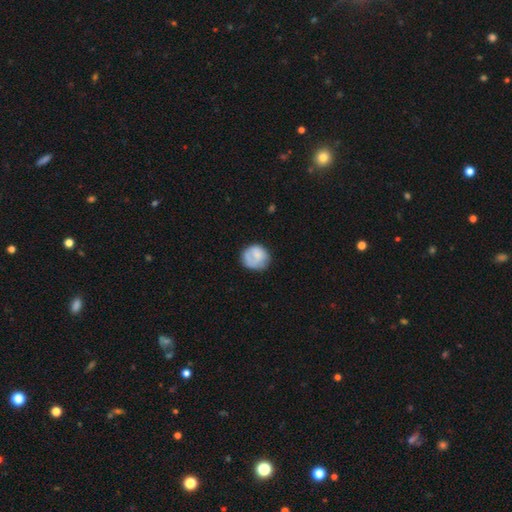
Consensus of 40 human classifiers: Q: Smooth or featured?
A: smooth (65%); runner-up: featured or disk (28%)
Q: How rounded?
A: round (88%); runner-up: in between (12%)
Q: Merging?
A: none (68%); runner-up: minor disturbance (19%)